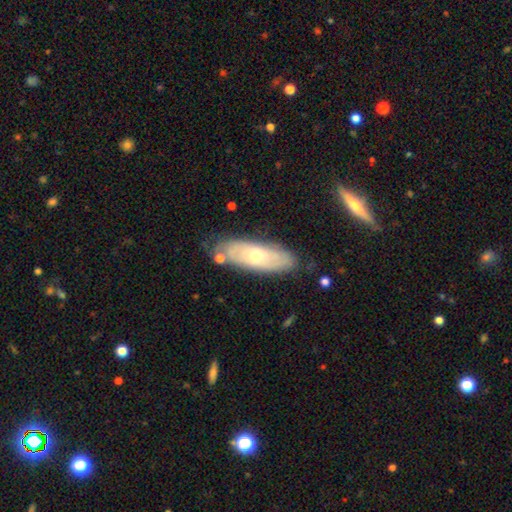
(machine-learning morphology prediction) This appears to be a featured or disk galaxy (53%). Merging: none (76%).